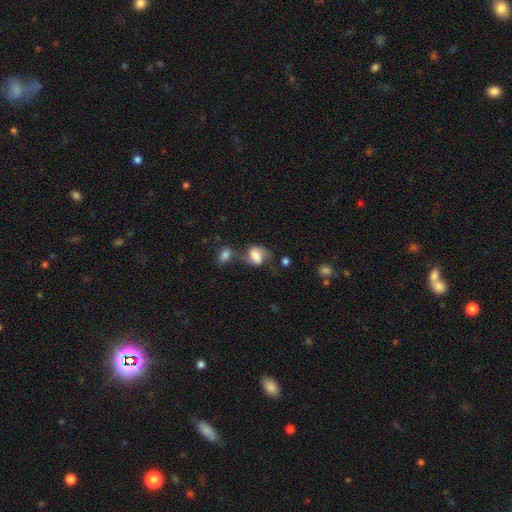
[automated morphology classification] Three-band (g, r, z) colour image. It shows a featured or disk galaxy (49%). Merging: none (39%).